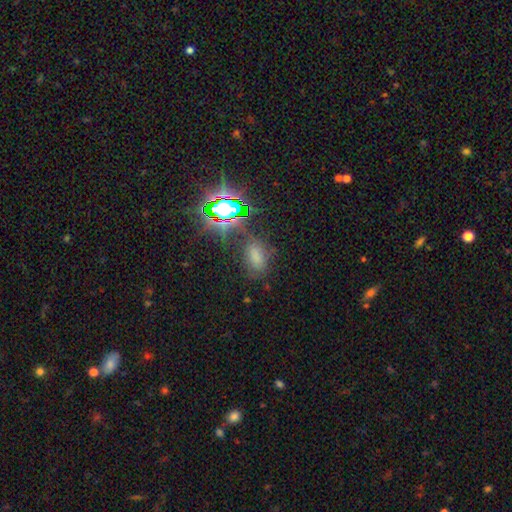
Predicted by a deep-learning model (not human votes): Smooth or featured: smooth — 60% (star or artifact — 31%)
How rounded: in between — 86% (round — 10%)
Merging: none — 66% (minor disturbance — 19%)